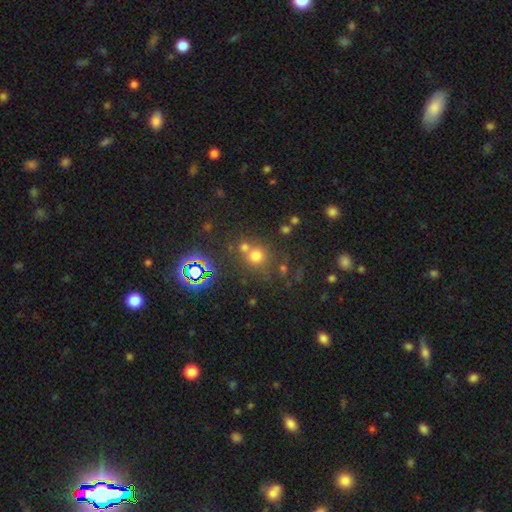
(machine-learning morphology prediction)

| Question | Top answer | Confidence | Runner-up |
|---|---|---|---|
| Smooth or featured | smooth | 67% | star or artifact (24%) |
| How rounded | round | 87% | in between (12%) |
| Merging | none | 59% | merger (27%) |